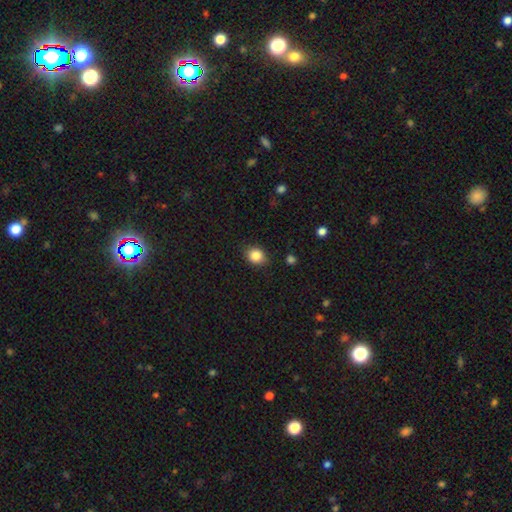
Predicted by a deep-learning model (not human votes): smooth-or-featured: smooth: 85% | star or artifact: 10% | featured or disk: 5%
  how-rounded: round: 60% | in between: 39% | cigar-shaped: 1%
  merging: none: 86% | minor disturbance: 10% | major disturbance: 2% | merger: 1%